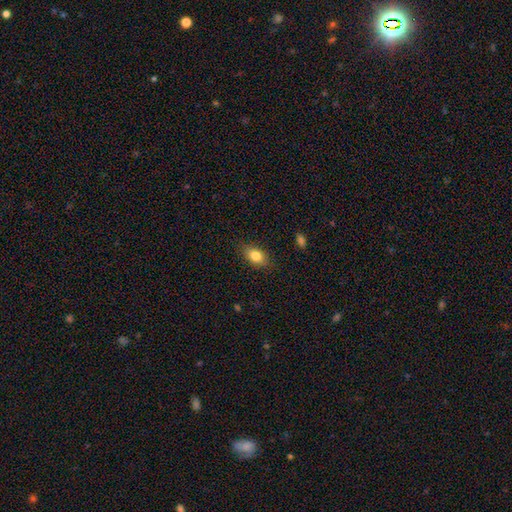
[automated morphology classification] Smooth or featured: smooth — 82% (featured or disk — 10%)
How rounded: in between — 84% (round — 12%)
Merging: none — 84% (minor disturbance — 12%)